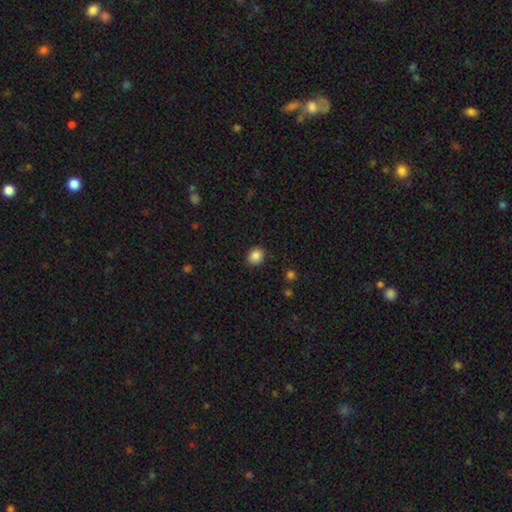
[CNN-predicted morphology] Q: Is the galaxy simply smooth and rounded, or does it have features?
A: smooth — 86%.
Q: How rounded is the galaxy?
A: round — 74%.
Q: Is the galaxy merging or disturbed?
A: none — 90%.